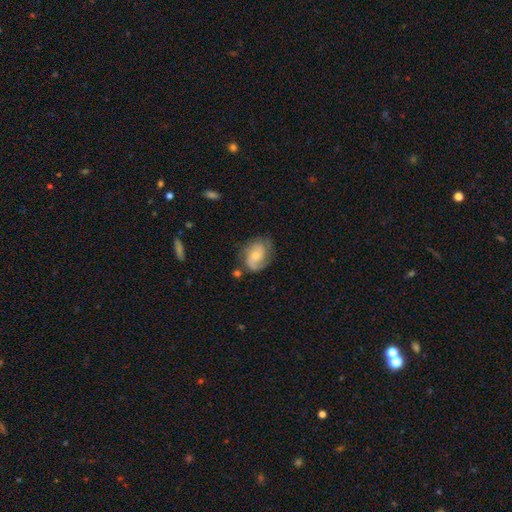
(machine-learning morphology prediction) A featured or disk galaxy (62%) with no bar (68%), 2 (56%) medium (42%) spiral arms (88%) and a small central bulge (54%).

Vote fractions:
- Smooth or featured? featured or disk: 62% / smooth: 31% / star or artifact: 7%
- Edge-on disk? no: 97% / yes: 3%
- Bar? no: 68% / weak: 27% / strong: 4%
- Spiral arms? yes: 88% / no: 12%
- Spiral winding? medium: 42% / tight: 32% / loose: 26%
- Spiral arm count? 2: 56% / 1: 17% / can't tell: 17% / 3: 6% / 4: 2% / more than 4: 2%
- Bulge size? small: 54% / moderate: 38% / none: 4% / large: 3% / dominant: 1%
- Merging? none: 61% / minor disturbance: 24% / major disturbance: 12% / merger: 3%